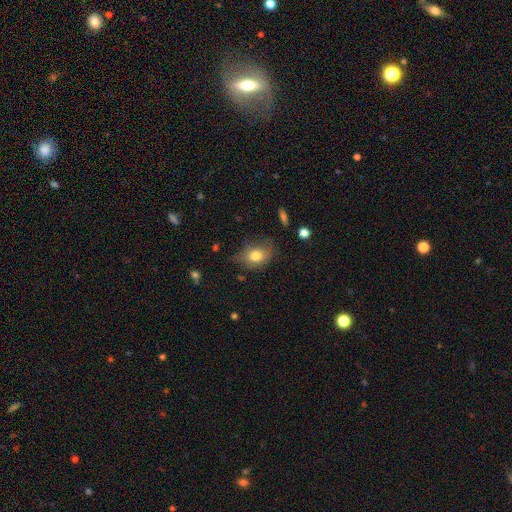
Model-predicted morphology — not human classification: This appears to be a smooth galaxy with no disk features (76%) that is in between round and cigar-shaped (63%). Merging: none (58%).